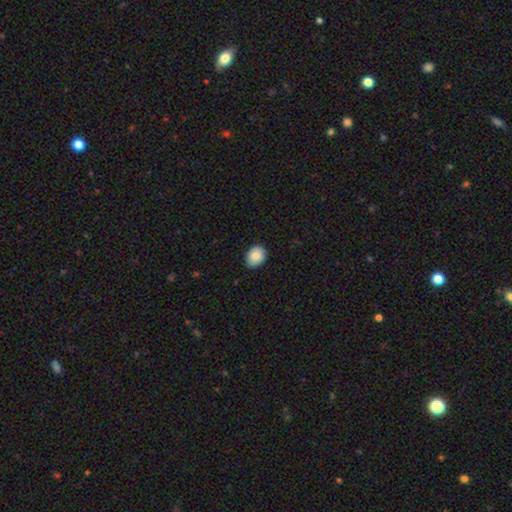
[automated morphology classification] Q: Smooth or featured?
A: smooth (86%); runner-up: star or artifact (8%)
Q: How rounded?
A: in between (60%); runner-up: round (39%)
Q: Merging?
A: none (83%); runner-up: minor disturbance (14%)